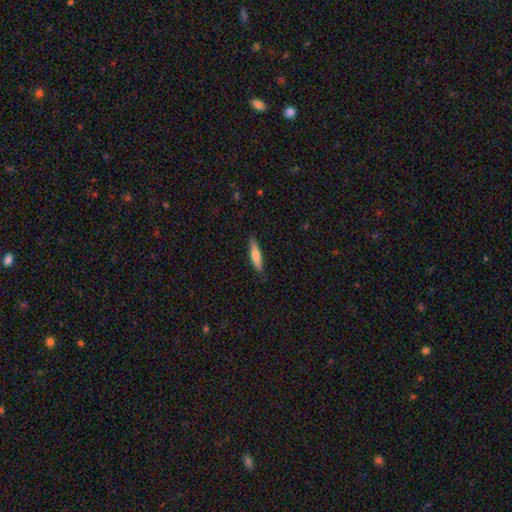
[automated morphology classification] Overall: smooth (73%). How rounded: cigar-shaped (79%). Merging: none (83%).